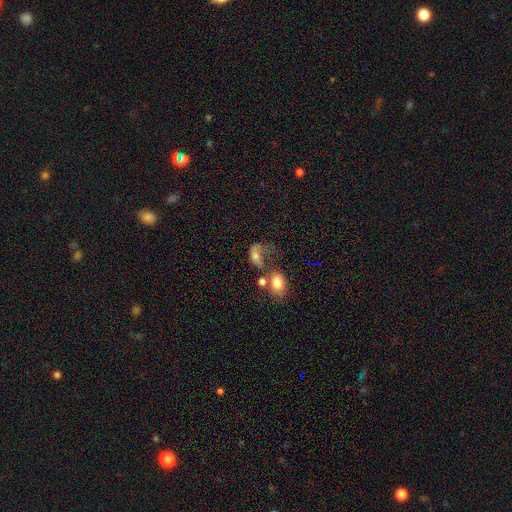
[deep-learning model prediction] Smooth or featured? smooth (60%)
How rounded? in between (78%)
Merging? major disturbance (36%)